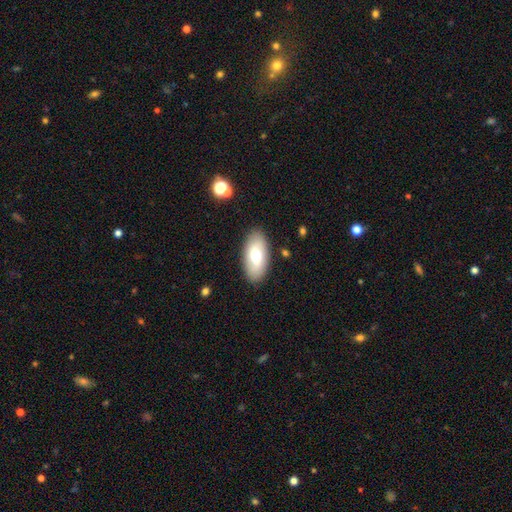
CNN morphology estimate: Smooth or featured: smooth — 69% (featured or disk — 25%)
How rounded: in between — 93% (cigar-shaped — 4%)
Merging: none — 88% (minor disturbance — 9%)